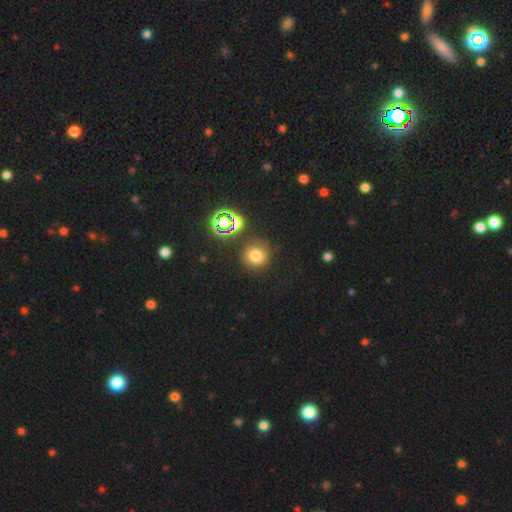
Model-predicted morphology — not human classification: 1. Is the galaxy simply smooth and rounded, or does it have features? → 70% smooth, 22% star or artifact, 7% featured or disk.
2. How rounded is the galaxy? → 90% round, 9% in between, 1% cigar-shaped.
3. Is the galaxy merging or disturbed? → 82% none, 10% minor disturbance, 4% merger, 4% major disturbance.